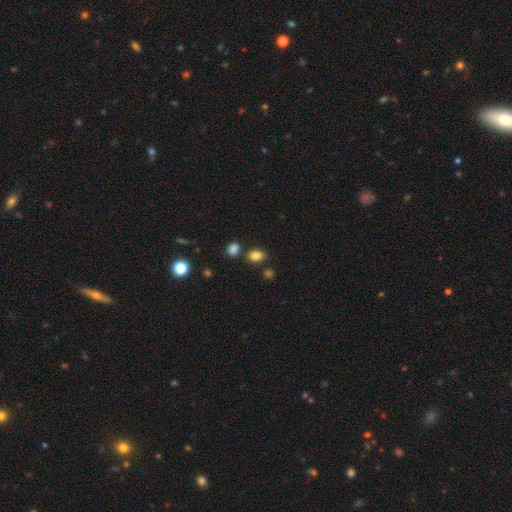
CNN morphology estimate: This is clearly a smooth galaxy (83%). How rounded: likely in between (66%). Merging: likely none (75%).